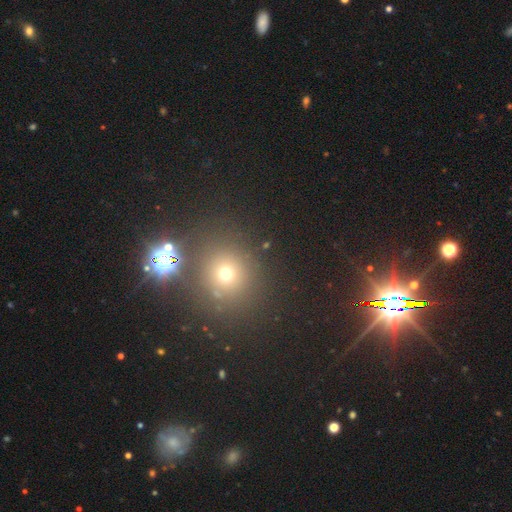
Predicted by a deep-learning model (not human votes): A star or artifact, not a galaxy (53%).